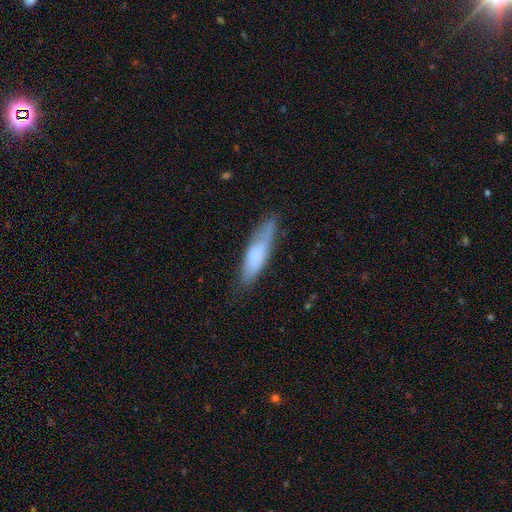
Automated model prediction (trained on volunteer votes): The model was most divided on "smooth or featured": smooth: 68%, featured or disk: 25%, star or artifact: 7%. More confident: how rounded — cigar-shaped (72%); merging — none (71%).